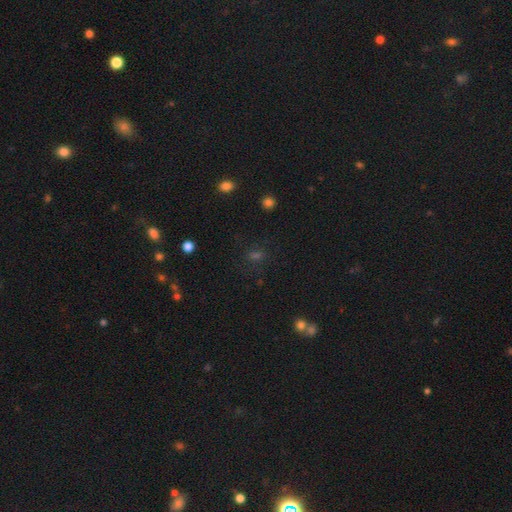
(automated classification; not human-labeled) smooth_or_featured: star or artifact (p=0.44) [alt: smooth p=0.43]